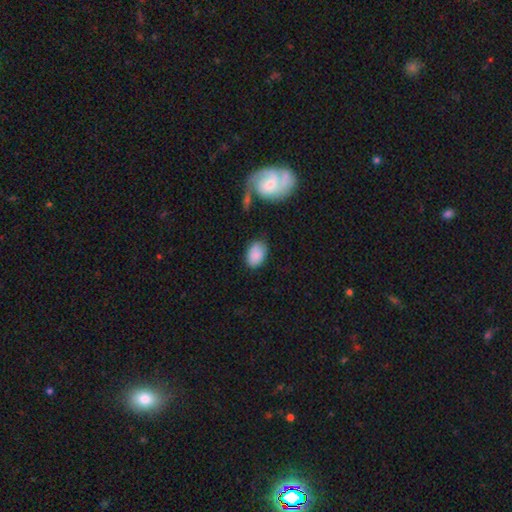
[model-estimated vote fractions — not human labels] This appears to be a smooth galaxy with no disk features (87%) that is in between round and cigar-shaped (86%). Merging: none (77%).